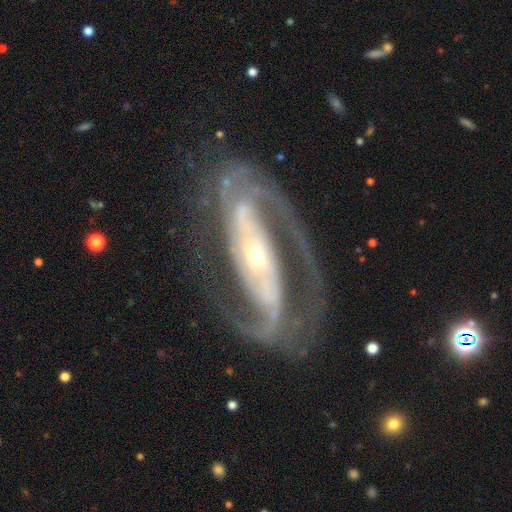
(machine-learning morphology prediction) This appears to be a featured or disk galaxy (91%) with a strong bar (53%), 2 (89%) medium (49%) spiral arms (96%) and a small central bulge (69%). Merging: none (74%).